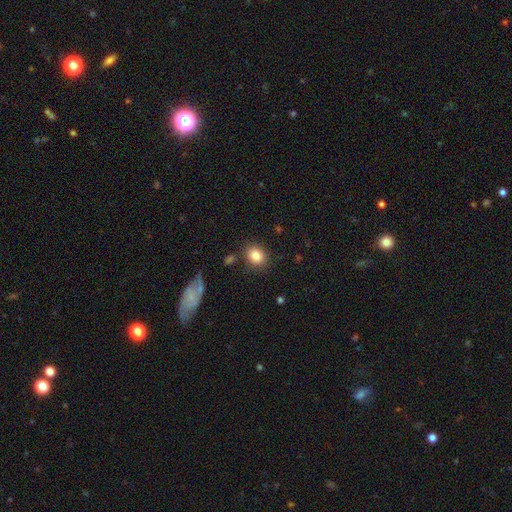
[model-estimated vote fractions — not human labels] The model was most divided on "how rounded": round: 57%, in between: 42%, cigar-shaped: 1%. More confident: smooth or featured — smooth (84%); merging — none (82%).